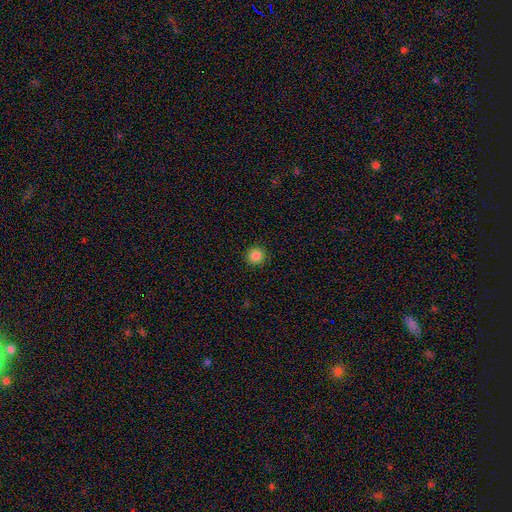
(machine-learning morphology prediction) smooth 86%, star or artifact 11%, featured or disk 3%. Down the decision tree: how rounded — round (93%); merging — none (92%).